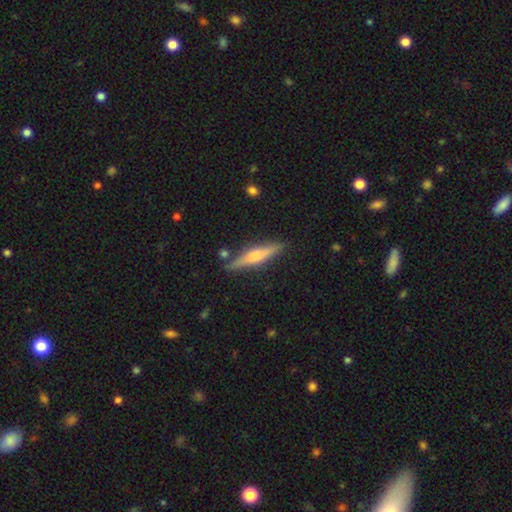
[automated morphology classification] smooth-or-featured: featured or disk: 55% | smooth: 39% | star or artifact: 7%
  disk-edge-on: yes: 96% | no: 4%
    edge-on-bulge: rounded: 73% | boxy: 18% | none: 10%
  merging: none: 84% | minor disturbance: 10% | merger: 3% | major disturbance: 2%